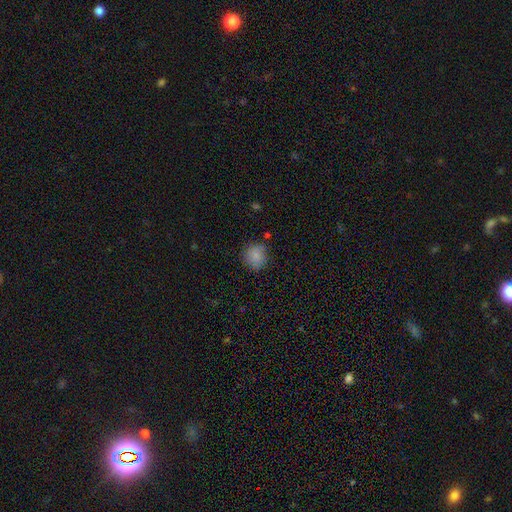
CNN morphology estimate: smooth_or_featured: smooth (p=0.83) [alt: star or artifact p=0.10]
how_rounded: round (p=0.83) [alt: in between p=0.16]
merging: none (p=0.77) [alt: minor disturbance p=0.16]